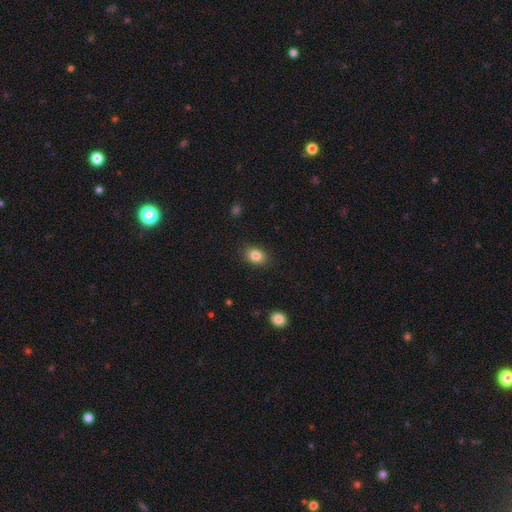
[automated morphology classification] Smooth or featured: smooth — 84% (star or artifact — 9%)
How rounded: in between — 69% (round — 30%)
Merging: none — 87% (minor disturbance — 10%)